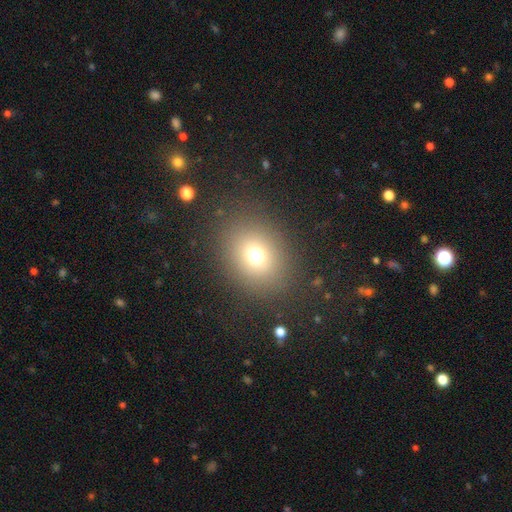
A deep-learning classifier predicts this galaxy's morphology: Smooth or featured: smooth — 70% (star or artifact — 18%)
How rounded: round — 59% (in between — 40%)
Merging: none — 85% (minor disturbance — 8%)